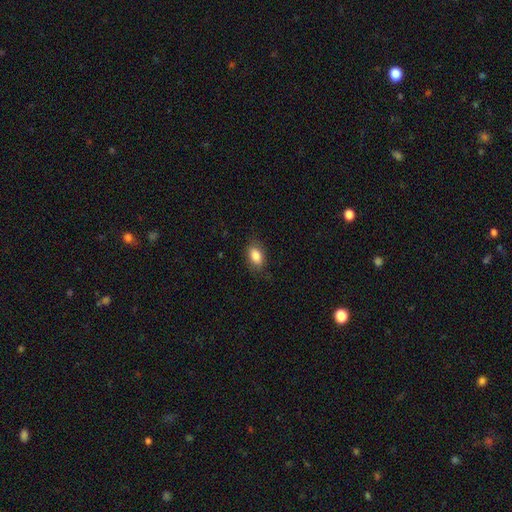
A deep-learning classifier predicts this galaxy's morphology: smooth-or-featured: smooth: 84% | featured or disk: 8% | star or artifact: 8%
  how-rounded: in between: 88% | round: 9% | cigar-shaped: 3%
  merging: none: 81% | minor disturbance: 14% | major disturbance: 4% | merger: 1%